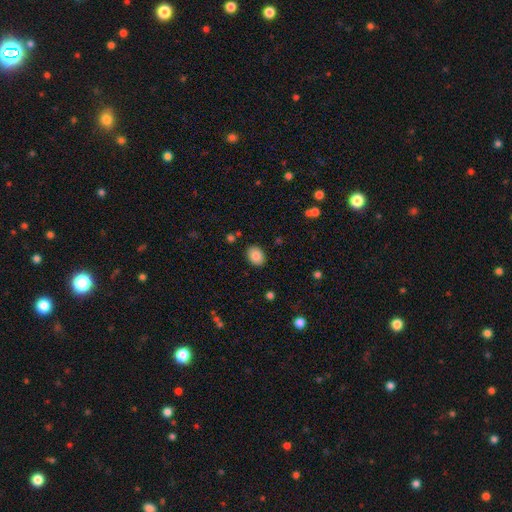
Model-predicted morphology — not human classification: Smooth or featured?
  - smooth: 84% *
  - featured or disk: 9%
  - star or artifact: 8%
How rounded?
  - in between: 66% *
  - round: 34%
  - cigar-shaped: 1%
Merging?
  - none: 88% *
  - minor disturbance: 9%
  - major disturbance: 2%
  - merger: 2%